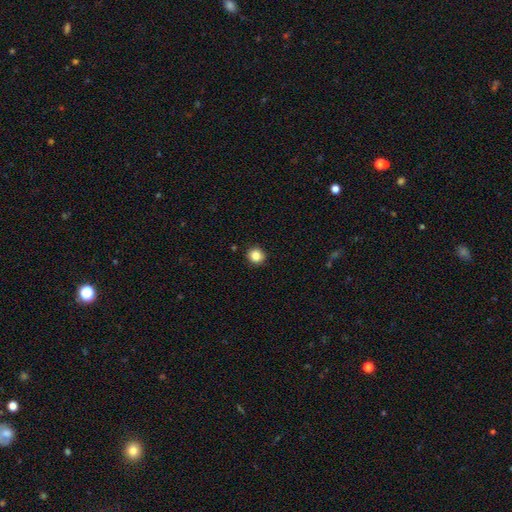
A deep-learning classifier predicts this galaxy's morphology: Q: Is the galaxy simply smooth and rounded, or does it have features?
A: smooth — 86%.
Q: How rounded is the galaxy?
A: round — 89%.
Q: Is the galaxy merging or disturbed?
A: none — 92%.